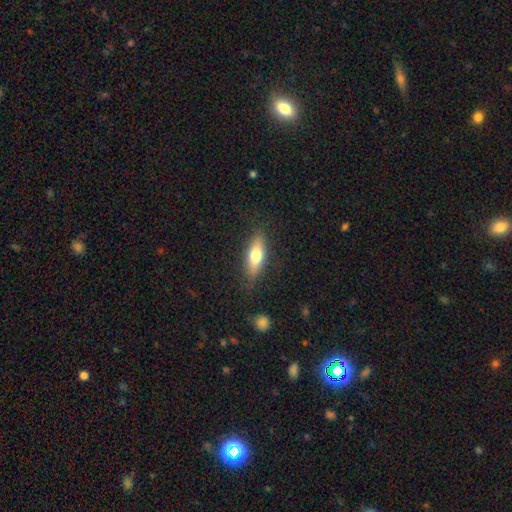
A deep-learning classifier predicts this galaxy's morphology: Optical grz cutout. It shows a smooth galaxy with no disk features (65%) that is in between round and cigar-shaped (60%). Merging: none (82%).